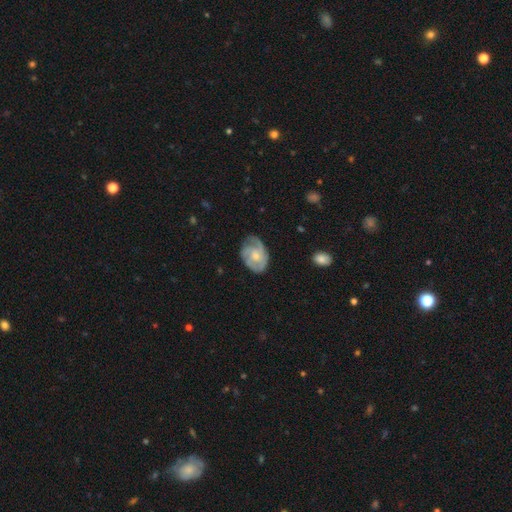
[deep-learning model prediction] The model was most divided on "bulge size" (2-way tie): small: 45%, moderate: 45%, none: 6%, large: 3%, dominant: 1%. Remaining: edge-on disk — no (98%); spiral arms — yes (93%); smooth or featured — featured or disk (77%); bar — no (70%); merging — none (63%); spiral winding — tight (52%); spiral arm count — 3 (33%).